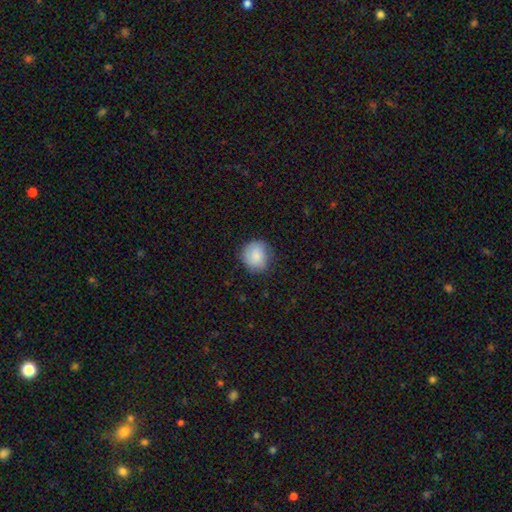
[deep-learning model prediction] smooth_or_featured: smooth (p=0.84) [alt: featured or disk p=0.09]
how_rounded: round (p=0.85) [alt: in between p=0.14]
merging: none (p=0.78) [alt: minor disturbance p=0.17]